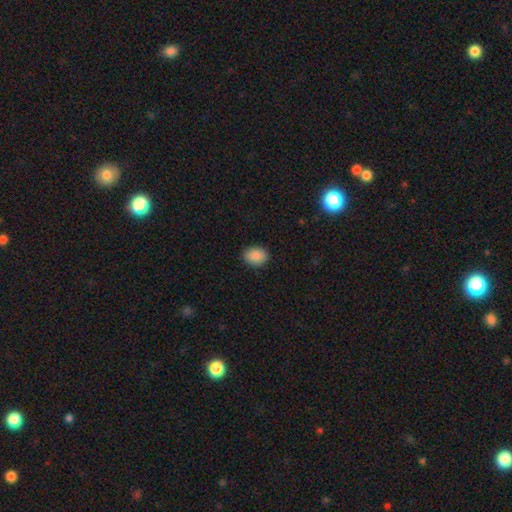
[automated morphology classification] type=smooth (89%); roundness=in between (64%); merging=none (89%).